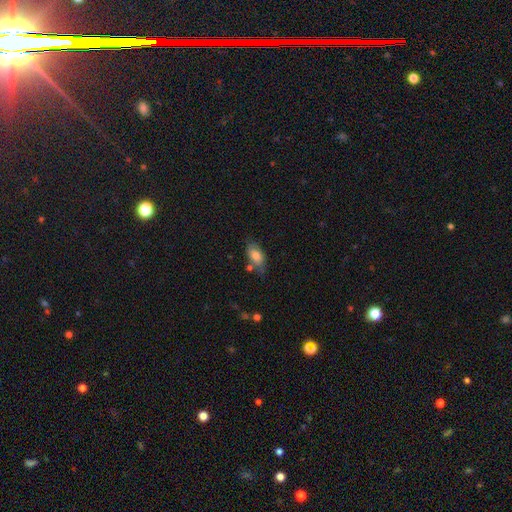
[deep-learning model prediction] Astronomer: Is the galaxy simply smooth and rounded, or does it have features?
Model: smooth — 78%.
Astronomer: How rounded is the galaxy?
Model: in between — 91%.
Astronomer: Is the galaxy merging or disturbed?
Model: none — 66%.